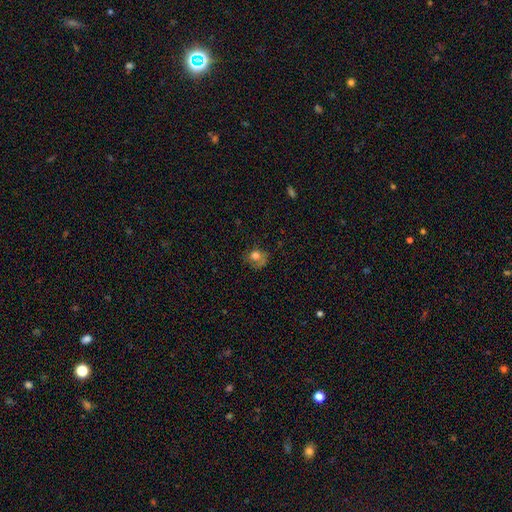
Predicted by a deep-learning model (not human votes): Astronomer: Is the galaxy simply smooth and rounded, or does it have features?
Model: smooth — 71%.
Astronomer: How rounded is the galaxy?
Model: round — 68%.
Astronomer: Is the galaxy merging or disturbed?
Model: none — 47% (runner-up: minor disturbance, 28%).